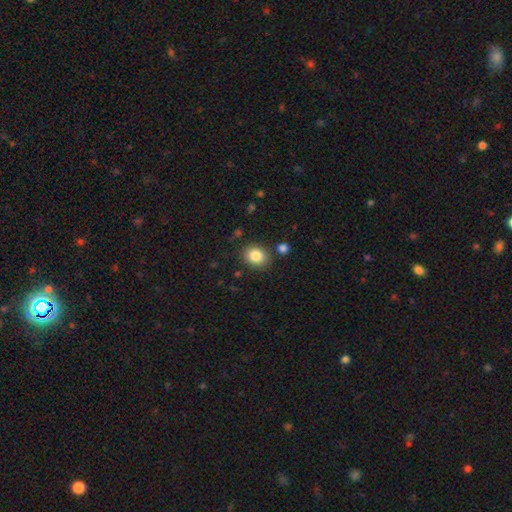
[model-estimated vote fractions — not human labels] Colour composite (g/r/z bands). It shows a smooth galaxy with no disk features (84%) that is round (56%). Merging: none (83%).